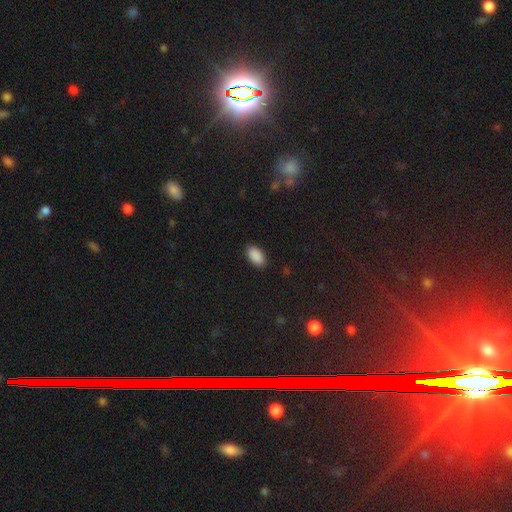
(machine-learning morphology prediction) Smooth or featured? Predicted: smooth (p=0.90). How rounded? Predicted: in between (p=0.94). Merging? Predicted: none (p=0.88).